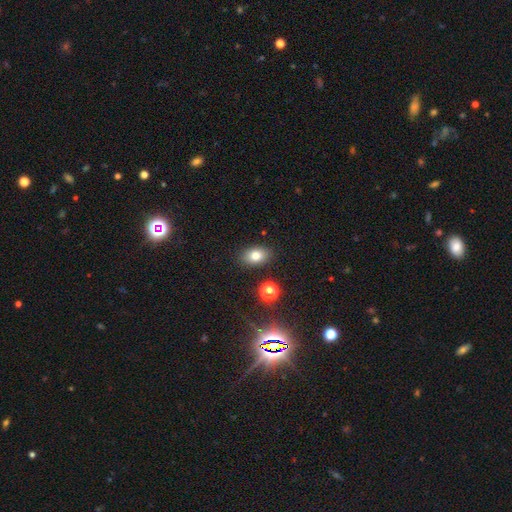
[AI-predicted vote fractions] This is likely a smooth galaxy (79%). How rounded: clearly in between (82%). Merging: clearly none (86%).